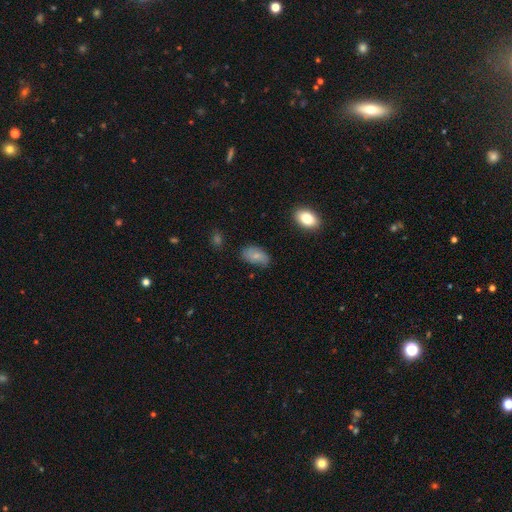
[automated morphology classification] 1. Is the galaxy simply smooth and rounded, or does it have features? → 68% smooth, 23% featured or disk, 9% star or artifact.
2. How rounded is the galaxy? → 91% in between, 7% round, 2% cigar-shaped.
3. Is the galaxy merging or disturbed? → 68% none, 25% minor disturbance, 6% major disturbance, 2% merger.